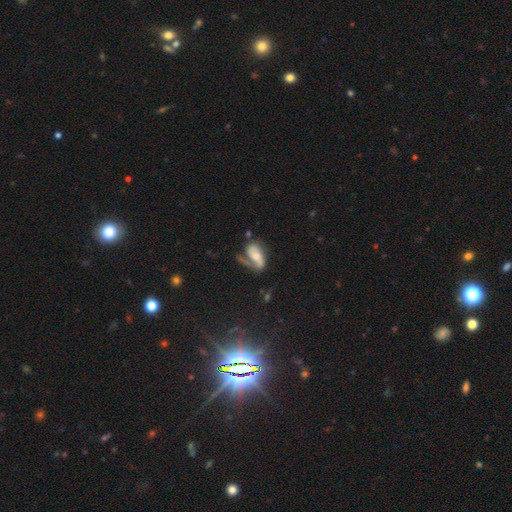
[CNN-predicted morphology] A featured or disk galaxy (58%) with no bar (57%), spiral arms (82%) and a small central bulge (41%).

Vote fractions:
- Smooth or featured? featured or disk: 58% / smooth: 34% / star or artifact: 8%
- Edge-on disk? no: 95% / yes: 5%
- Bar? no: 57% / weak: 29% / strong: 14%
- Spiral arms? yes: 82% / no: 18%
- Bulge size? small: 41% / moderate: 35% / none: 12% / large: 9% / dominant: 2%
- Merging? none: 35% (tied) / major disturbance: 35% (tied) / minor disturbance: 23% / merger: 7%